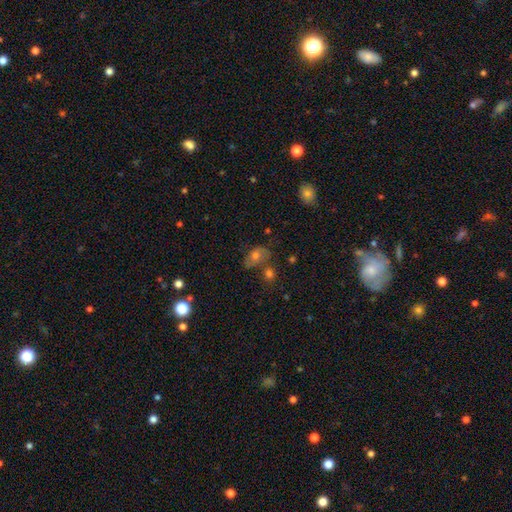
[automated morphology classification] Smooth or featured: smooth — 50% (featured or disk — 30%)
How rounded: in between — 73% (round — 24%)
Merging: none — 58% (minor disturbance — 20%)